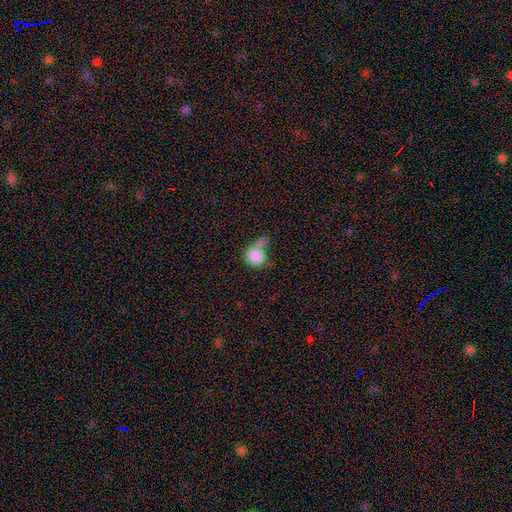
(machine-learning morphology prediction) Smooth or featured?
  - smooth: 83% *
  - star or artifact: 8%
  - featured or disk: 8%
How rounded?
  - round: 75% *
  - in between: 23%
  - cigar-shaped: 1%
Merging?
  - merger: 44% *
  - none: 32%
  - minor disturbance: 15%
  - major disturbance: 10%